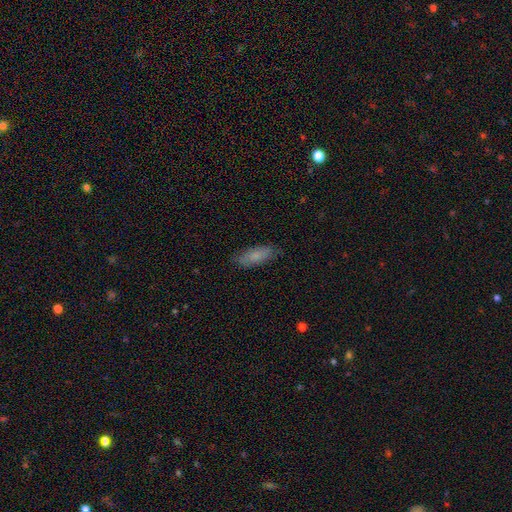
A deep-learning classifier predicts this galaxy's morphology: A smooth galaxy with no disk features (79%) that is in between round and cigar-shaped (68%).

Vote fractions:
- Smooth or featured? smooth: 79% / featured or disk: 14% / star or artifact: 7%
- How rounded? in between: 68% / cigar-shaped: 30% / round: 2%
- Merging? none: 83% / minor disturbance: 14% / major disturbance: 3% / merger: 1%